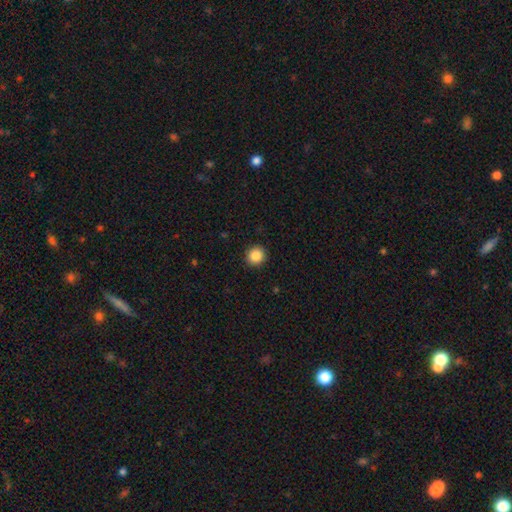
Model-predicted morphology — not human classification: smooth 88%, star or artifact 9%, featured or disk 3%. Down the decision tree: how rounded — round (91%); merging — none (92%).